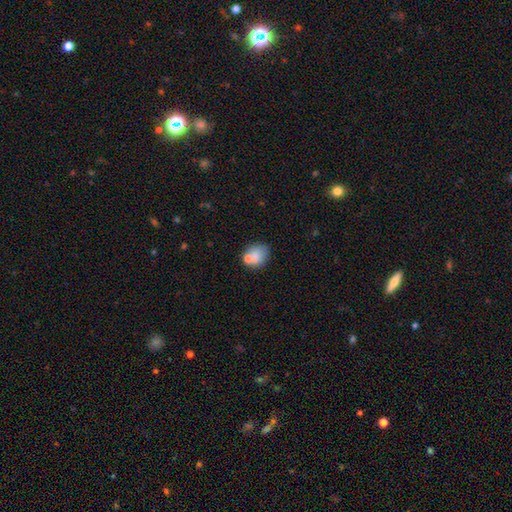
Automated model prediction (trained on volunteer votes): Morphology: type=smooth (76%); roundness=round (56%); merging=none (56%).